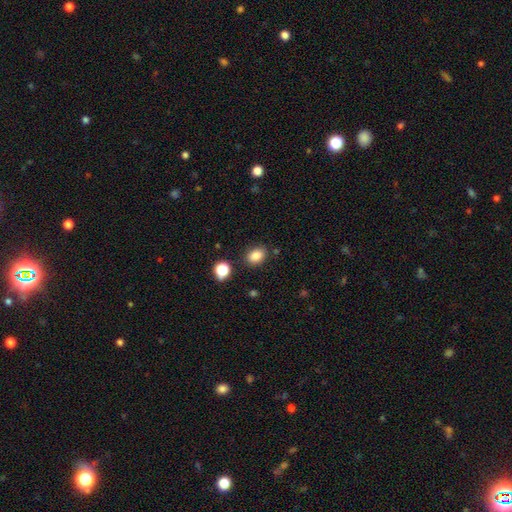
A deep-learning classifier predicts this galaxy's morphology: Smooth or featured: smooth — 84% (star or artifact — 11%)
How rounded: in between — 69% (round — 30%)
Merging: none — 82% (minor disturbance — 11%)